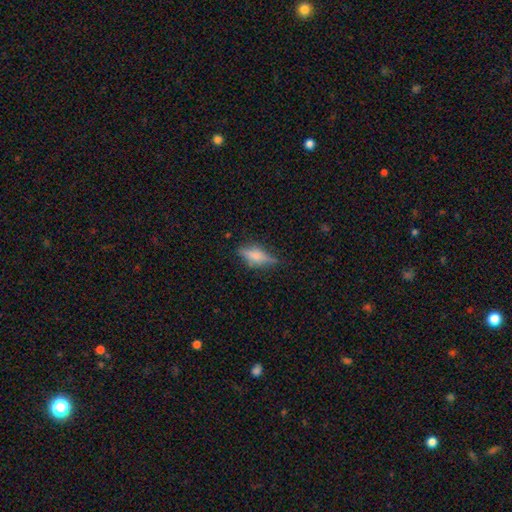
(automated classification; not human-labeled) A smooth galaxy with no disk features (48%).

Vote fractions:
- Smooth or featured? smooth: 48% / featured or disk: 43% / star or artifact: 10%
- Merging? none: 71% / minor disturbance: 21% / major disturbance: 6% / merger: 2%